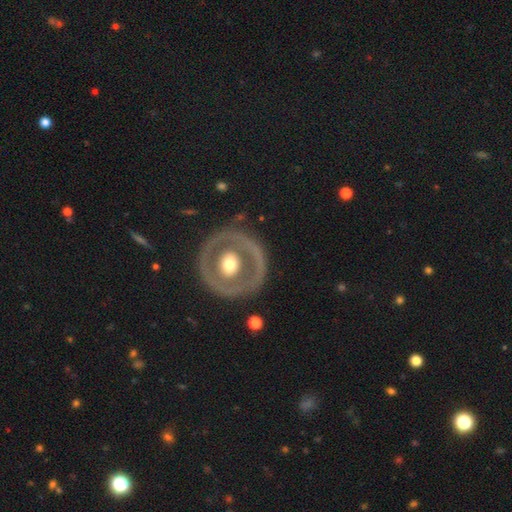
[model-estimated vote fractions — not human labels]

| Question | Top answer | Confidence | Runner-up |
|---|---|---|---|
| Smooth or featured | featured or disk | 64% | smooth (29%) |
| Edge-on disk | no | 90% | yes (10%) |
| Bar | no | 82% | weak (11%) |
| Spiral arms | no | 86% | yes (14%) |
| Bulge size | moderate | 66% | large (22%) |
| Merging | none | 81% | minor disturbance (12%) |